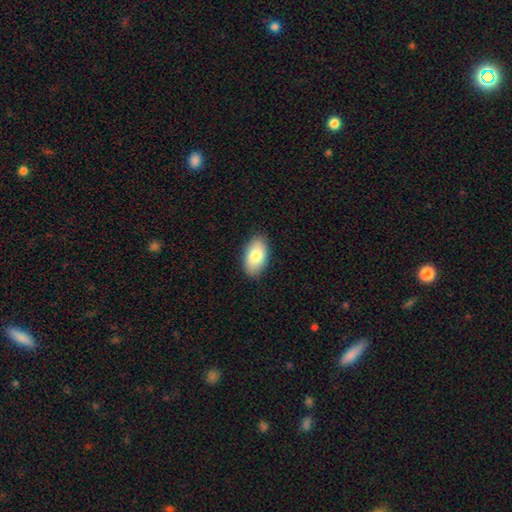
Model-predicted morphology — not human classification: Smooth or featured?
  - smooth: 81% *
  - featured or disk: 13%
  - star or artifact: 6%
How rounded?
  - in between: 94% *
  - round: 4%
  - cigar-shaped: 2%
Merging?
  - none: 87% *
  - minor disturbance: 10%
  - major disturbance: 2%
  - merger: 1%